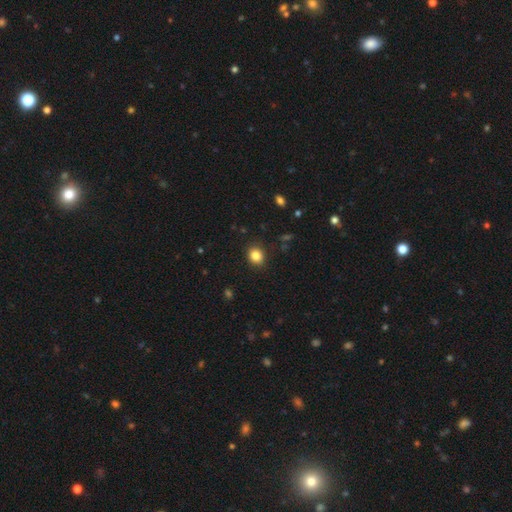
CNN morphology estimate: Overall: smooth (84%). How rounded: round (72%). Merging: none (88%).